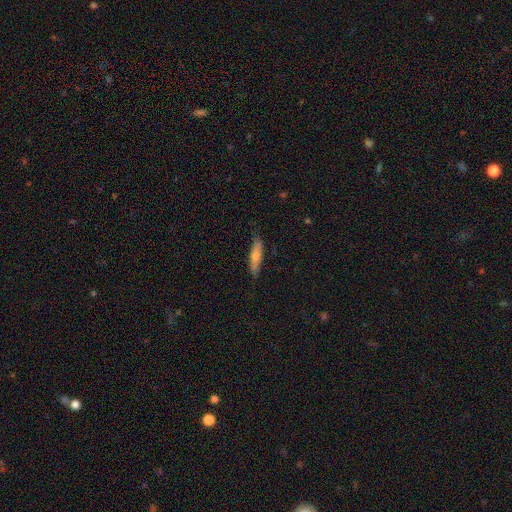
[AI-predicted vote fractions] Smooth or featured? smooth (65%)
How rounded? cigar-shaped (80%)
Merging? none (79%)